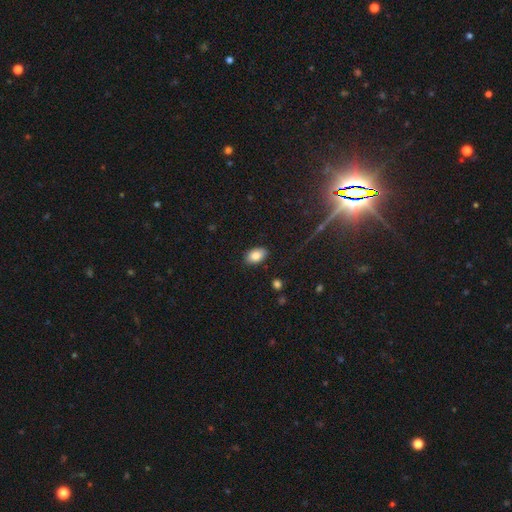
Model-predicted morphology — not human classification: smooth_or_featured: smooth (p=0.83) [alt: star or artifact p=0.08]
how_rounded: in between (p=0.91) [alt: round p=0.08]
merging: none (p=0.87) [alt: minor disturbance p=0.10]